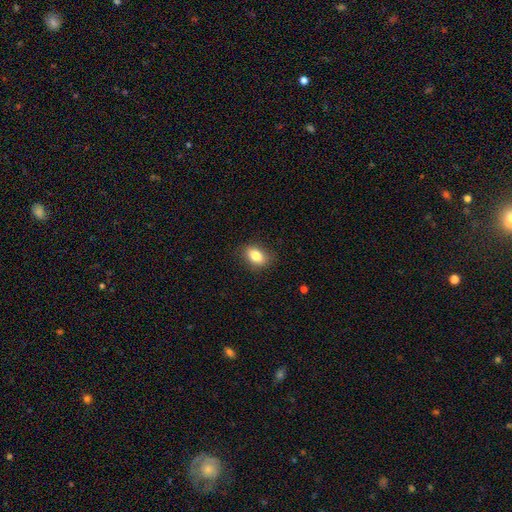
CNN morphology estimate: Smooth or featured? smooth (84%)
How rounded? in between (81%)
Merging? none (84%)